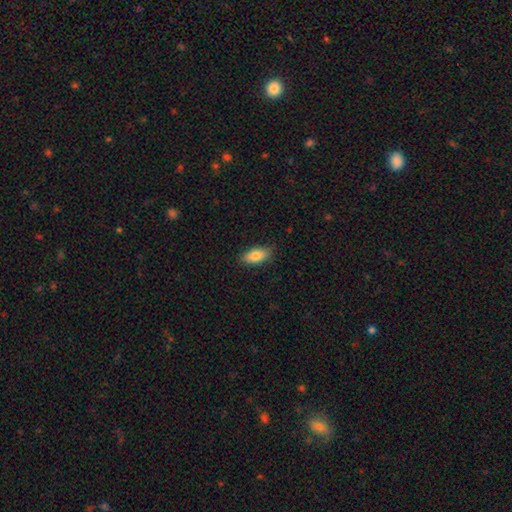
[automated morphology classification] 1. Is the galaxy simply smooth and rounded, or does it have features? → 82% smooth, 11% featured or disk, 7% star or artifact.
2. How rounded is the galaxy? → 86% in between, 11% cigar-shaped, 3% round.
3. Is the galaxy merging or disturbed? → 85% none, 12% minor disturbance, 2% major disturbance, 1% merger.